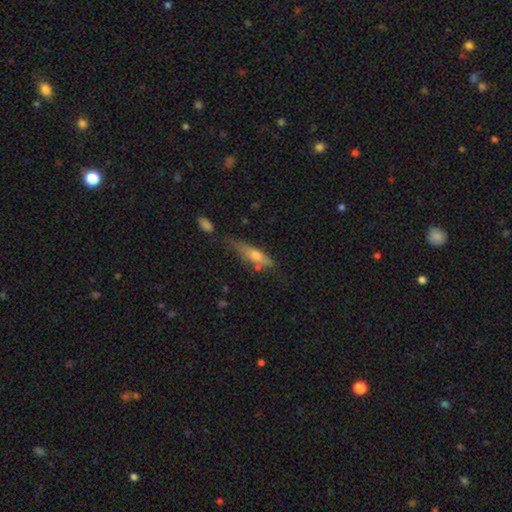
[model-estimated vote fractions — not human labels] Smooth or featured?
  - smooth: 52% *
  - featured or disk: 40%
  - star or artifact: 8%
How rounded?
  - cigar-shaped: 68% *
  - in between: 29%
  - round: 3%
Merging?
  - none: 57% *
  - minor disturbance: 27%
  - major disturbance: 8%
  - merger: 8%